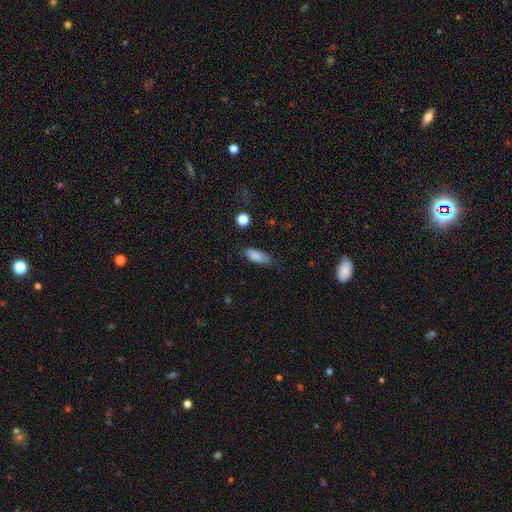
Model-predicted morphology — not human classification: Smooth or featured?
  - smooth: 82% *
  - featured or disk: 11%
  - star or artifact: 7%
How rounded?
  - in between: 74% *
  - cigar-shaped: 24%
  - round: 2%
Merging?
  - none: 69% *
  - minor disturbance: 24%
  - major disturbance: 5%
  - merger: 2%